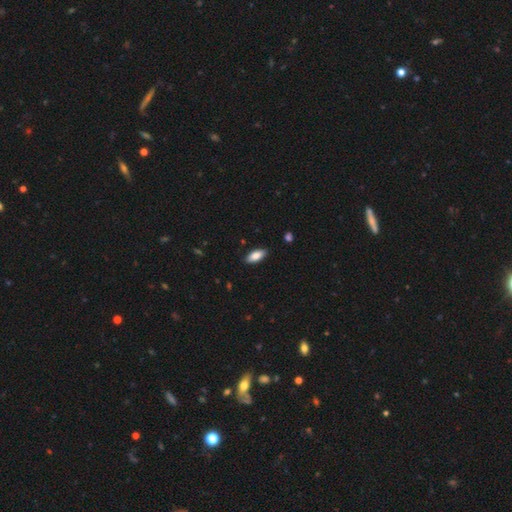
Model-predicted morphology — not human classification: The model was most divided on "how rounded": in between: 83%, cigar-shaped: 15%, round: 2%. More confident: merging — none (89%); smooth or featured — smooth (82%).